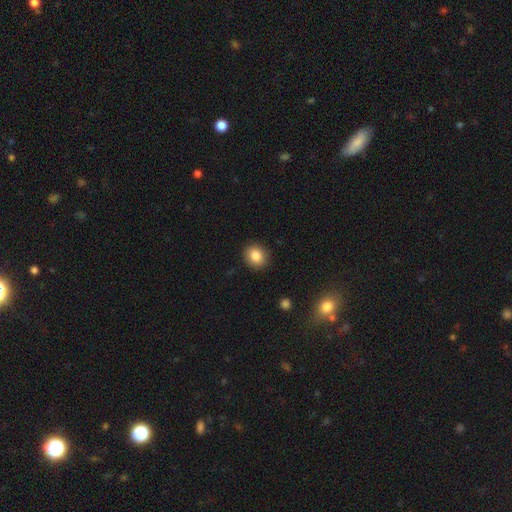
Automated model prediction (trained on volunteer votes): A smooth galaxy with no disk features (86%) that is round (74%). Merging: none (90%).